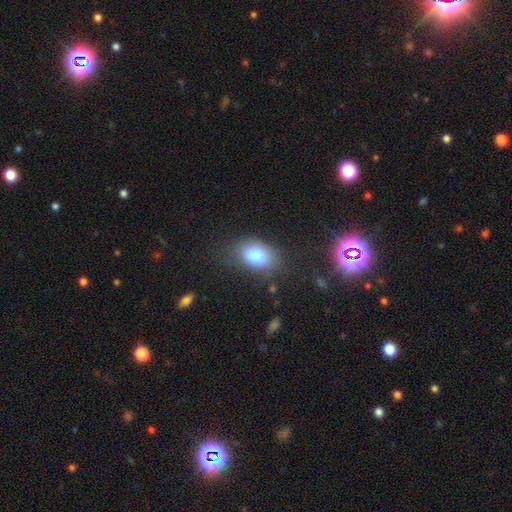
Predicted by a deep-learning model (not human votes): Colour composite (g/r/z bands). It shows a smooth galaxy with no disk features (83%) that is in between round and cigar-shaped (83%). Merging: none (71%).